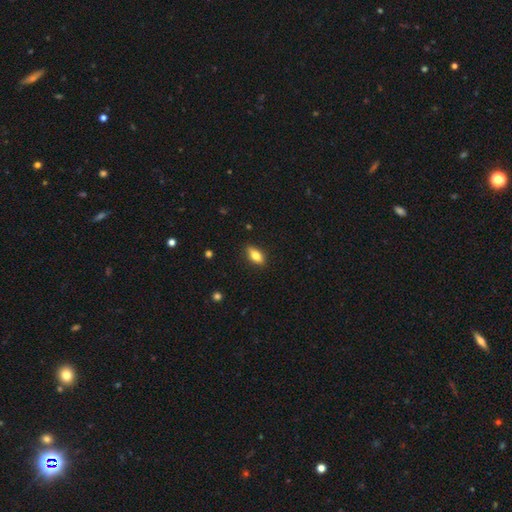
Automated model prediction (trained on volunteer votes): The model was most divided on "smooth or featured": smooth: 76%, featured or disk: 17%, star or artifact: 8%. More confident: merging — none (87%); how rounded — in between (83%).